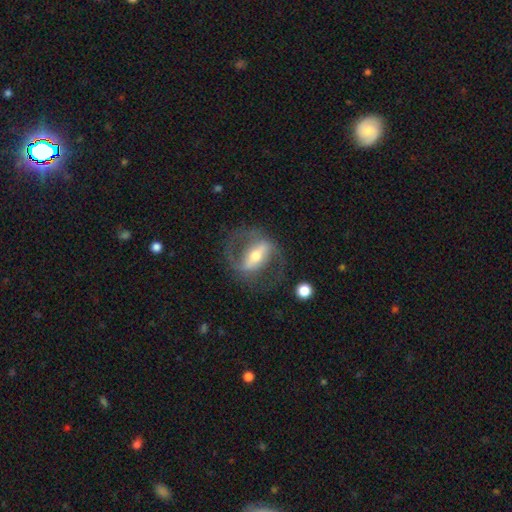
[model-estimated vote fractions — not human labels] A featured or disk galaxy (81%) with a strong bar (68%), 2 (85%) medium (50%) spiral arms (75%) and a moderate central bulge (61%). Merging: none (67%).